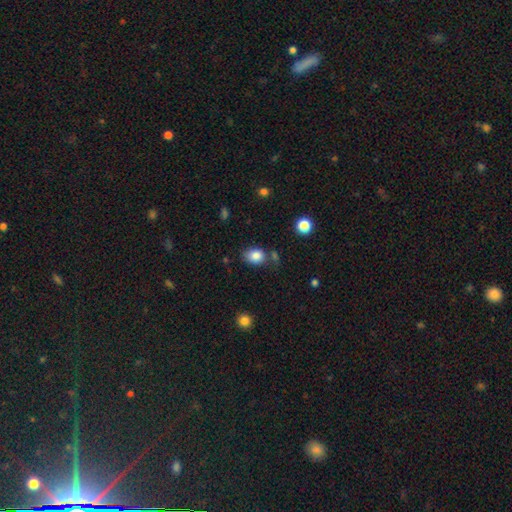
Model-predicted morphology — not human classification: smooth 84%, star or artifact 10%, featured or disk 6%. Down the decision tree: how rounded — in between (57%); merging — none (67%).